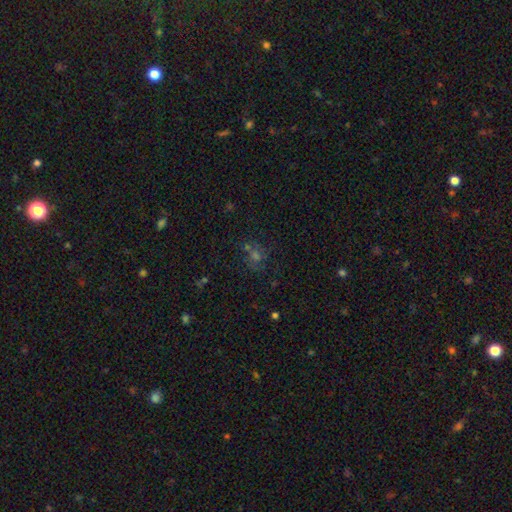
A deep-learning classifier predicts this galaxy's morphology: Smooth or featured: star or artifact — 45% (smooth — 37%)